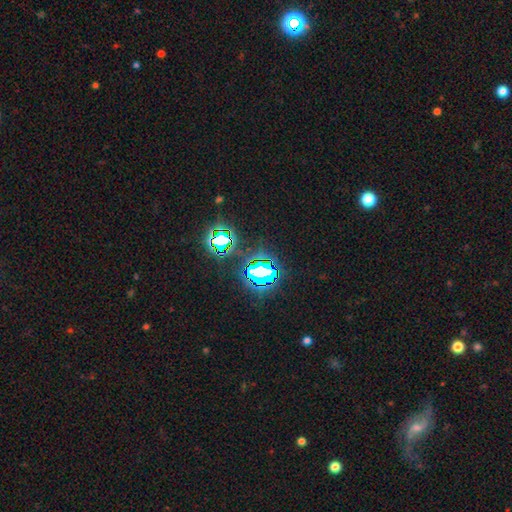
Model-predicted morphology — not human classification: smooth-or-featured: star or artifact: 81% | smooth: 12% | featured or disk: 7%